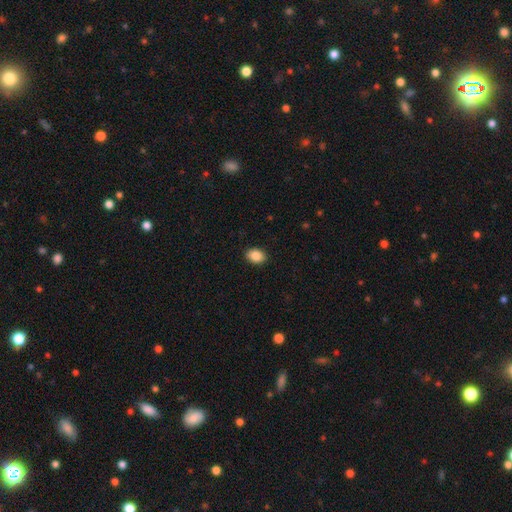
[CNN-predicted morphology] Q: Smooth or featured?
A: smooth (88%); runner-up: star or artifact (8%)
Q: How rounded?
A: in between (70%); runner-up: round (29%)
Q: Merging?
A: none (90%); runner-up: minor disturbance (7%)